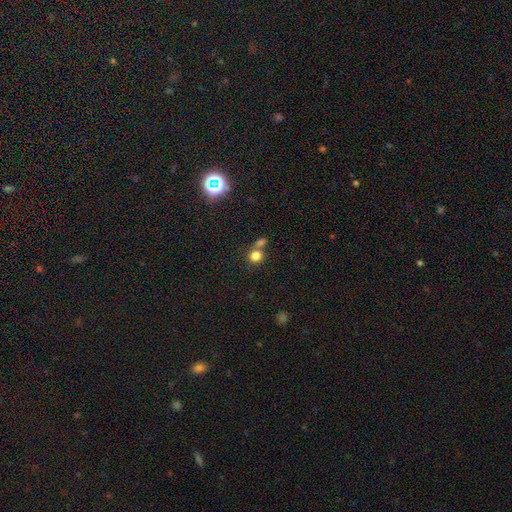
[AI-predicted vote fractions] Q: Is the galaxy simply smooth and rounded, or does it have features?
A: smooth — 79%.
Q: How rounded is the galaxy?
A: round — 85%.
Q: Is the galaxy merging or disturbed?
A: none — 50%.